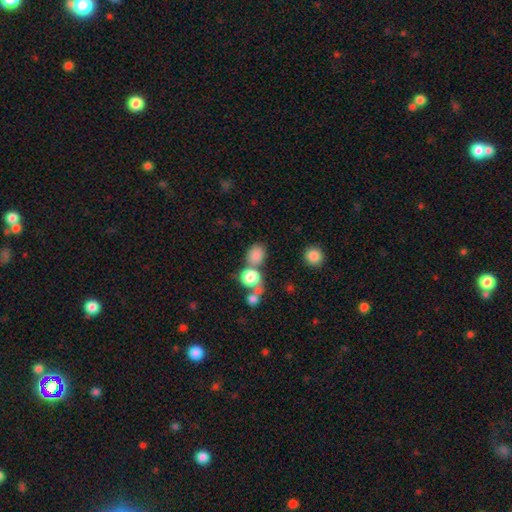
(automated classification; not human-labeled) The model was most divided on "merging": none: 46%, merger: 37%, minor disturbance: 10%, major disturbance: 6%. More confident: smooth or featured — smooth (81%); how rounded — round (63%).